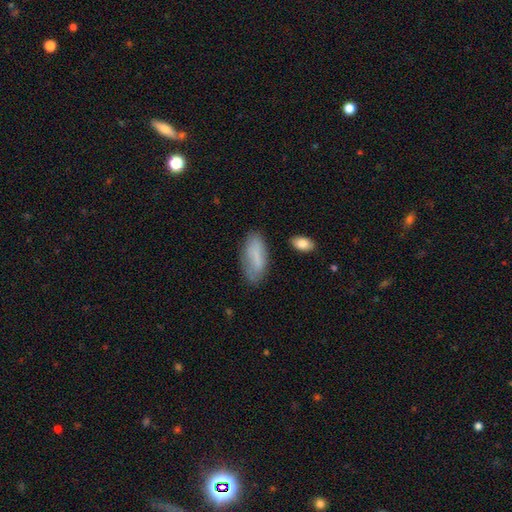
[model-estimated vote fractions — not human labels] smooth 75%, featured or disk 18%, star or artifact 7%. Down the decision tree: how rounded — in between (79%); merging — none (65%).